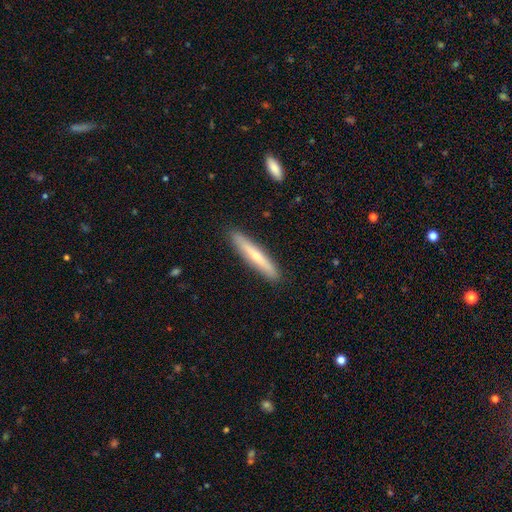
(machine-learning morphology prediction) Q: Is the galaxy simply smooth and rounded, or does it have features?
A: smooth — 53%.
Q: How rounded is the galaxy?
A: cigar-shaped — 93%.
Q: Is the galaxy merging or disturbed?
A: none — 90%.